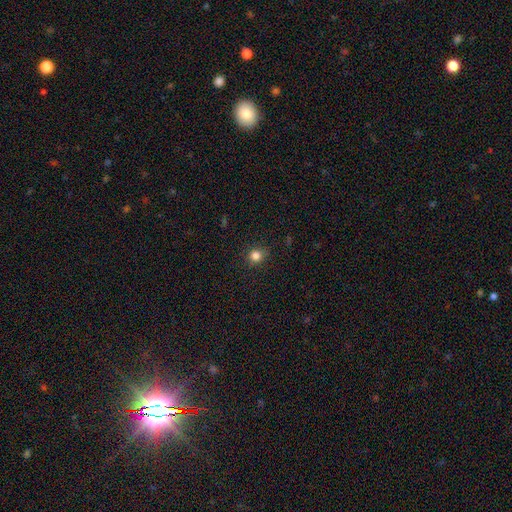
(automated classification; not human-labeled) smooth-or-featured: smooth: 82% | star or artifact: 13% | featured or disk: 5%
  how-rounded: round: 89% | in between: 10% | cigar-shaped: 1%
  merging: none: 88% | minor disturbance: 8% | major disturbance: 2% | merger: 1%